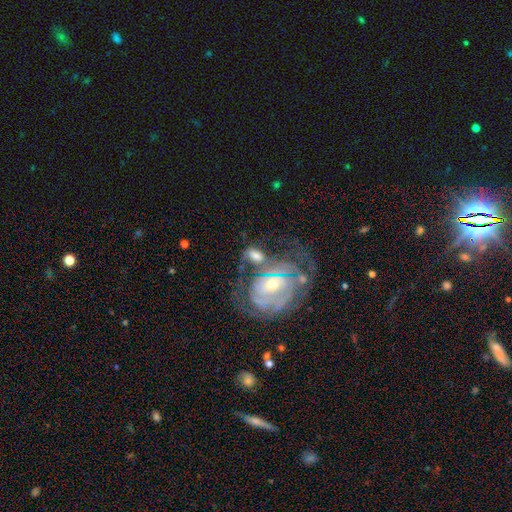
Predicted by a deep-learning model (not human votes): Q: Smooth or featured?
A: featured or disk (65%); runner-up: smooth (26%)
Q: Edge-on disk?
A: no (95%); runner-up: yes (5%)
Q: Bar?
A: no (61%); runner-up: weak (27%)
Q: Spiral arms?
A: yes (83%); runner-up: no (17%)
Q: Spiral winding?
A: tight (58%); runner-up: medium (30%)
Q: Spiral arm count?
A: can't tell (35%); runner-up: 2 (31%)
Q: Bulge size?
A: moderate (46%); runner-up: small (45%)
Q: Merging?
A: none (37%); runner-up: merger (30%)